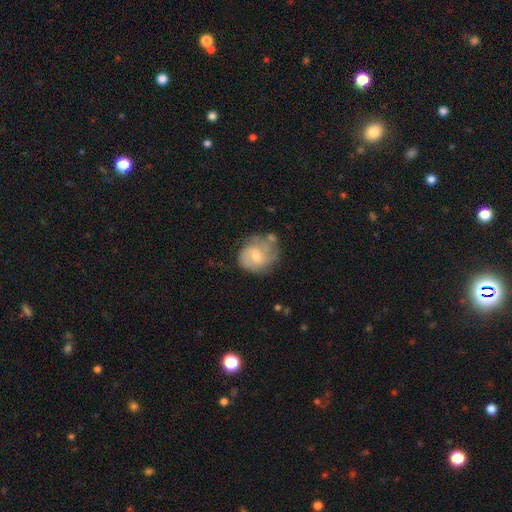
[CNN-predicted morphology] This appears to be a featured or disk galaxy (55%) with no bar (55%), spiral arms (79%) and a moderate central bulge (51%). Merging: none (53%).